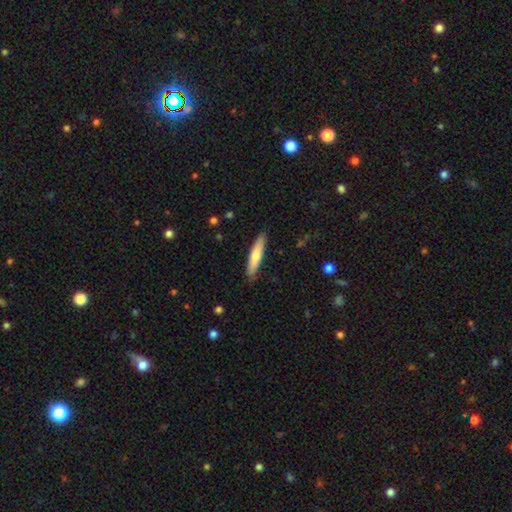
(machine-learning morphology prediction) A smooth galaxy with no disk features (66%) that is cigar-shaped (86%). Merging: none (89%).